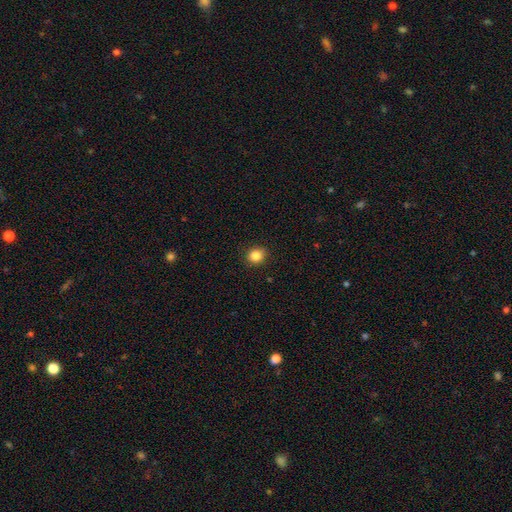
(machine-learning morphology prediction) type=smooth (85%); roundness=round (80%); merging=none (90%).